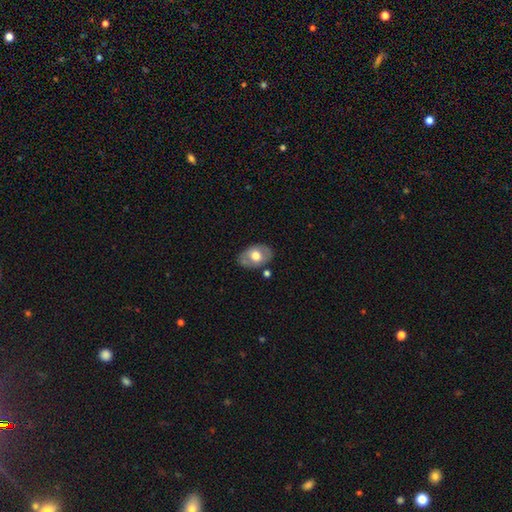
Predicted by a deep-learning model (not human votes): smooth-or-featured: smooth: 55% | featured or disk: 39% | star or artifact: 6%
  how-rounded: in between: 82% | round: 16% | cigar-shaped: 1%
  merging: none: 77% | minor disturbance: 15% | merger: 5% | major disturbance: 4%